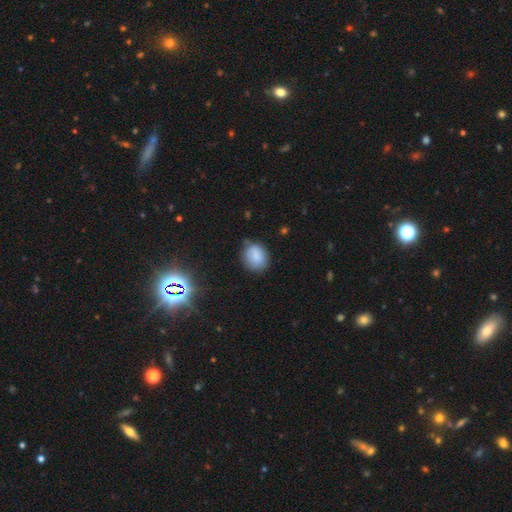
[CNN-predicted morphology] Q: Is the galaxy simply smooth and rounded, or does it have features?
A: smooth — 83%.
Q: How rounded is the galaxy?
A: round — 58%.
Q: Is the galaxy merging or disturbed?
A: none — 69%.